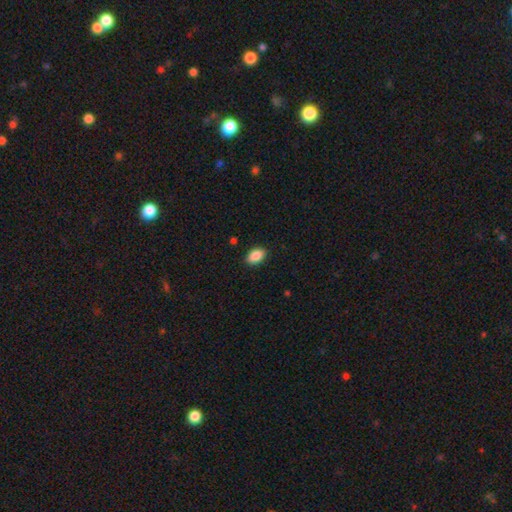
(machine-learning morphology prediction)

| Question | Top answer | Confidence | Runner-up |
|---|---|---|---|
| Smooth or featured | smooth | 88% | star or artifact (7%) |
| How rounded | in between | 91% | round (7%) |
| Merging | none | 89% | minor disturbance (8%) |